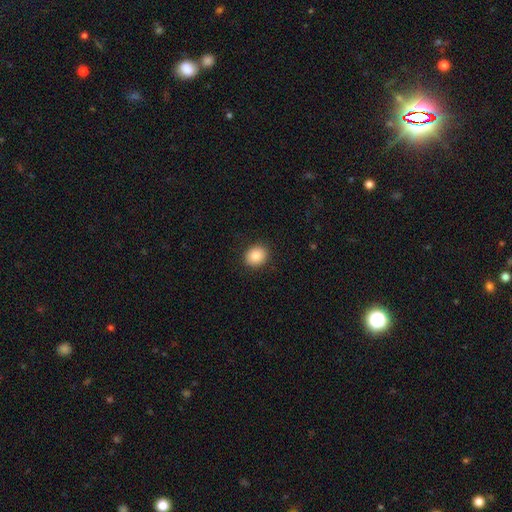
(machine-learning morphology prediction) Smooth or featured?
  - smooth: 86% *
  - star or artifact: 8%
  - featured or disk: 5%
How rounded?
  - round: 62% *
  - in between: 37%
  - cigar-shaped: 1%
Merging?
  - none: 91% *
  - minor disturbance: 7%
  - major disturbance: 2%
  - merger: 1%